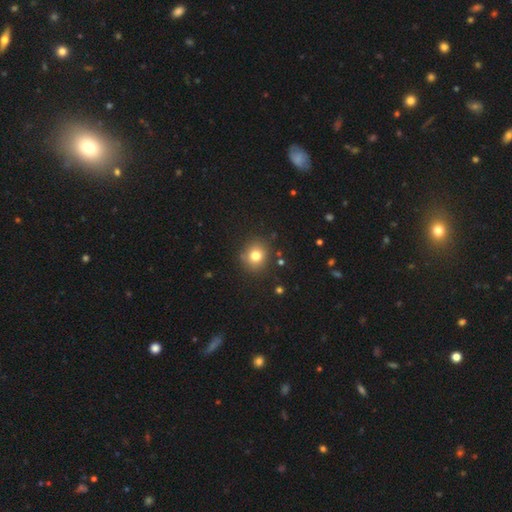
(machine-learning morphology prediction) Q: Smooth or featured?
A: smooth (78%); runner-up: star or artifact (13%)
Q: How rounded?
A: round (84%); runner-up: in between (15%)
Q: Merging?
A: none (87%); runner-up: minor disturbance (8%)